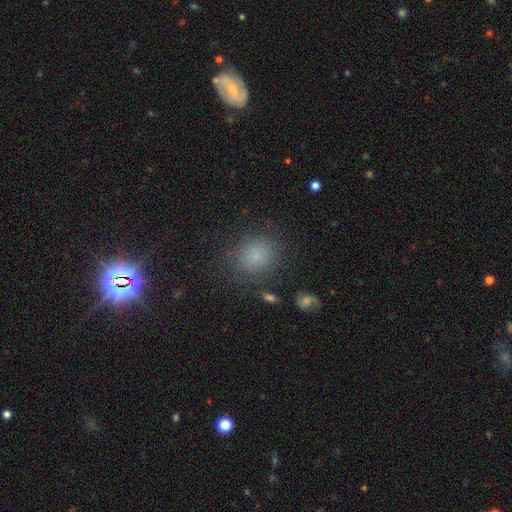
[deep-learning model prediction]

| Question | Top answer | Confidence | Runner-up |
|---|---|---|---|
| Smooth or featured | smooth | 76% | star or artifact (17%) |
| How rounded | round | 78% | in between (21%) |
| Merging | none | 82% | minor disturbance (10%) |